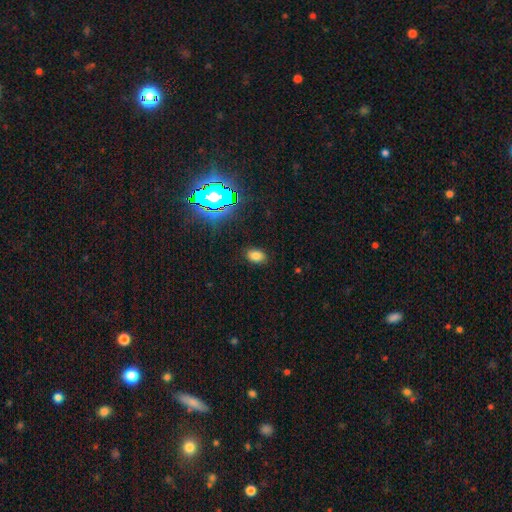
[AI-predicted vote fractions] smooth-or-featured: smooth: 76% | star or artifact: 17% | featured or disk: 7%
  how-rounded: in between: 85% | round: 14% | cigar-shaped: 1%
  merging: none: 87% | minor disturbance: 9% | major disturbance: 3% | merger: 1%